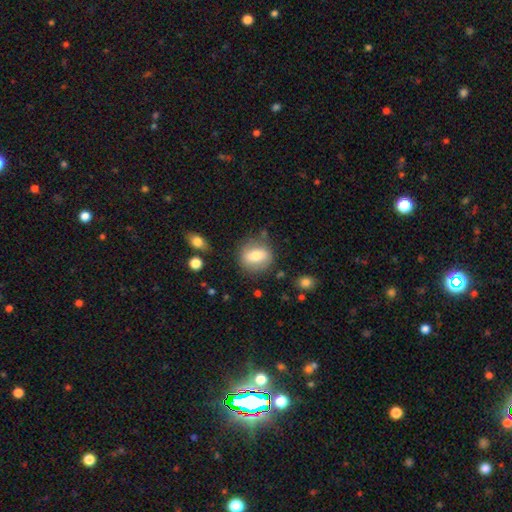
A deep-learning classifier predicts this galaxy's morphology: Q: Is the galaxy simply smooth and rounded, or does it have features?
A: smooth — 68%.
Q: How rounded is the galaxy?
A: round — 61%.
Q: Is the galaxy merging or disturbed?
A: none — 78%.